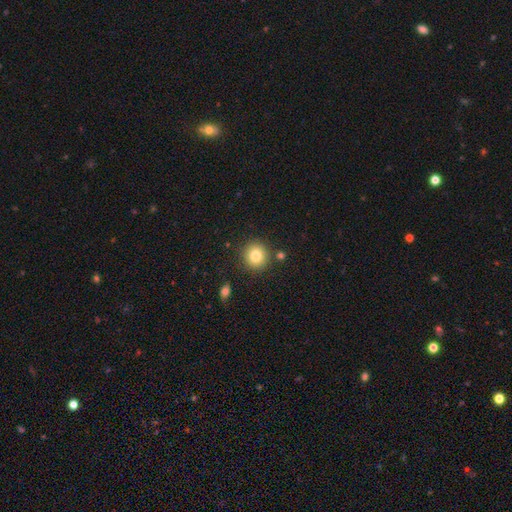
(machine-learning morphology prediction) smooth 82%, star or artifact 10%, featured or disk 8%. Down the decision tree: how rounded — round (92%); merging — none (86%).